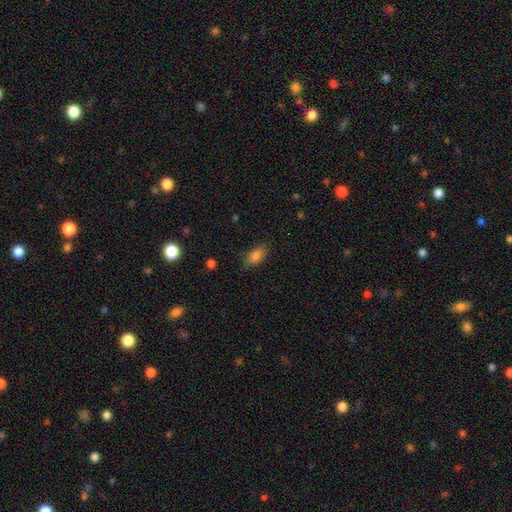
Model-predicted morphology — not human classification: Smooth or featured? smooth (84%)
How rounded? in between (88%)
Merging? none (81%)